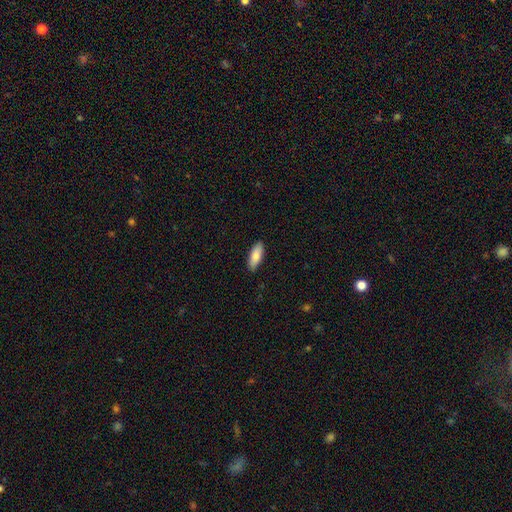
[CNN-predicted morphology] smooth-or-featured: smooth: 85% | featured or disk: 10% | star or artifact: 5%
  how-rounded: in between: 69% | cigar-shaped: 29% | round: 2%
  merging: none: 89% | minor disturbance: 9% | major disturbance: 2% | merger: 1%